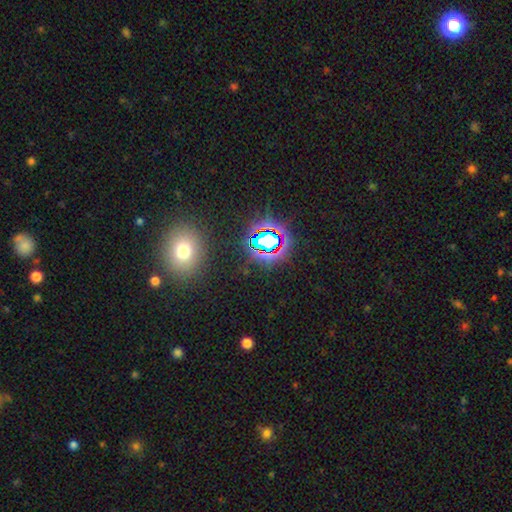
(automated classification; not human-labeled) smooth_or_featured: star or artifact (p=0.68) [alt: smooth p=0.22]